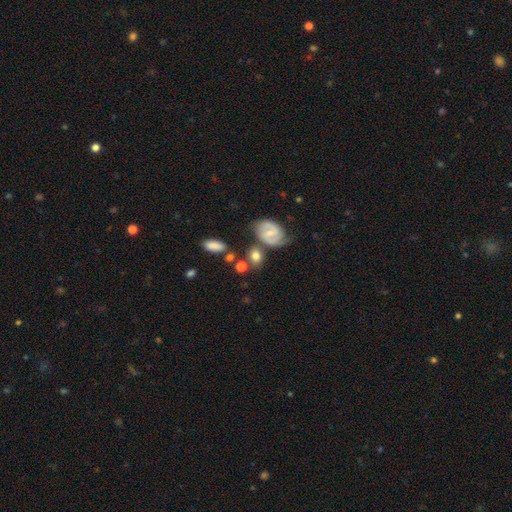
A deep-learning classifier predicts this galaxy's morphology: This is likely a smooth galaxy (63%). How rounded: possibly round (55%). Merging: possibly none (59%).